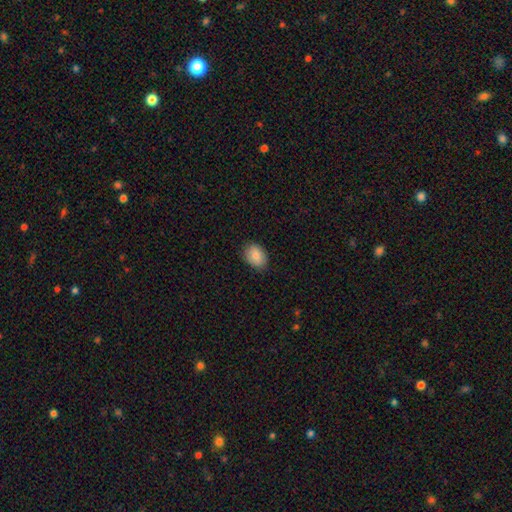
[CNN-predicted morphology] The model was most divided on "how rounded": in between: 73%, round: 26%, cigar-shaped: 1%. More confident: merging — none (85%); smooth or featured — smooth (82%).